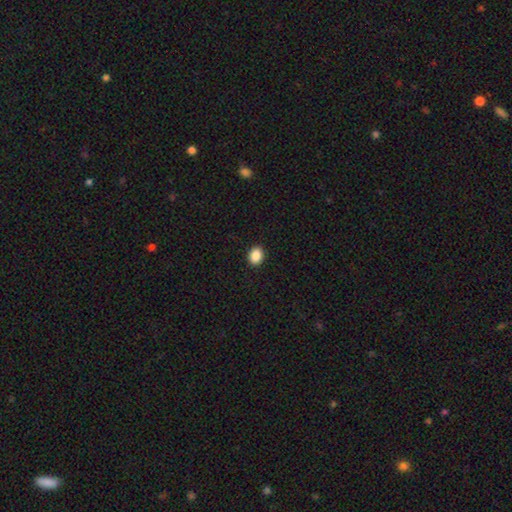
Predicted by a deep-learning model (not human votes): smooth 88%, star or artifact 9%, featured or disk 3%. Down the decision tree: how rounded — in between (53%); merging — none (92%).